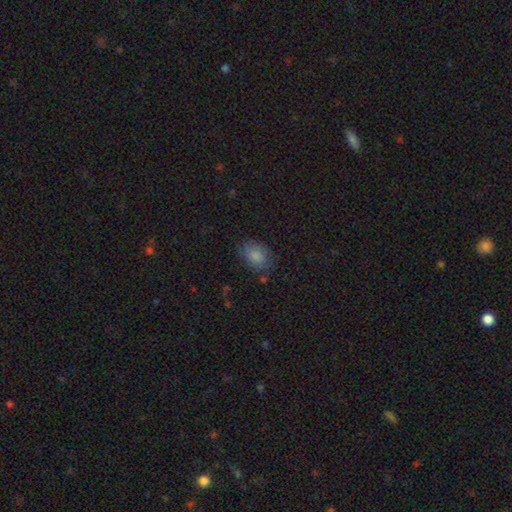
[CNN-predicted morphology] smooth_or_featured: smooth (p=0.84) [alt: star or artifact p=0.09]
how_rounded: in between (p=0.75) [alt: round p=0.24]
merging: none (p=0.75) [alt: minor disturbance p=0.18]